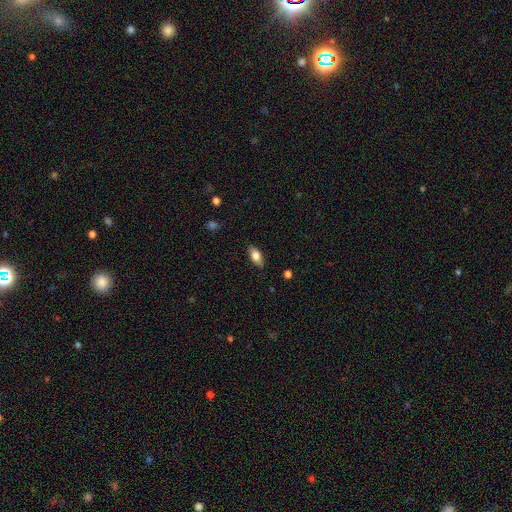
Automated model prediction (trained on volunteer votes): smooth-or-featured: smooth: 74% | featured or disk: 19% | star or artifact: 7%
  how-rounded: in between: 85% | cigar-shaped: 12% | round: 3%
  merging: none: 86% | minor disturbance: 11% | major disturbance: 2% | merger: 1%